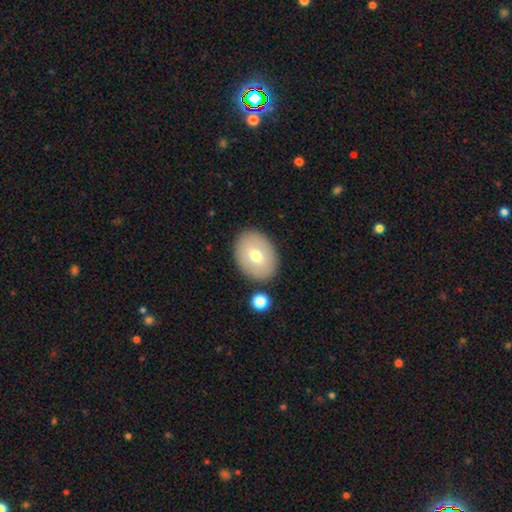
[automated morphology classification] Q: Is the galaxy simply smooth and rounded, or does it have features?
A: smooth — 65%.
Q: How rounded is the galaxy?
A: in between — 70%.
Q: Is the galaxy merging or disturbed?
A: none — 85%.